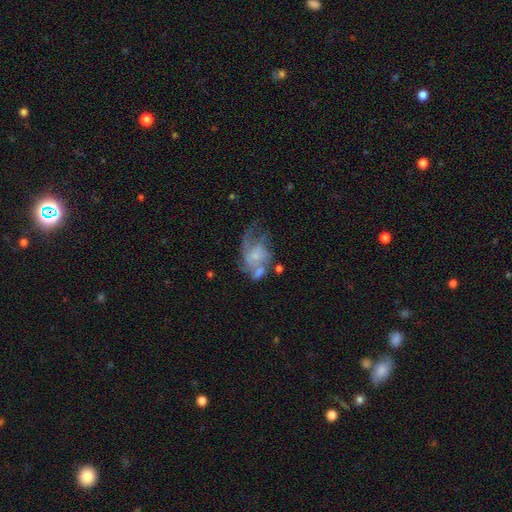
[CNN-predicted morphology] featured or disk 68%, smooth 23%, star or artifact 8%. Down the decision tree: edge-on disk — no (97%); bar — no (73%); spiral arms — yes (73%); bulge size — small (55%); merging — major disturbance (39%).